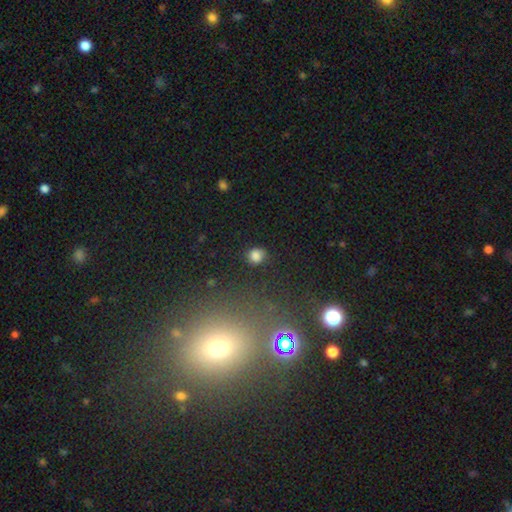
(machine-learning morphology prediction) Smooth or featured? Predicted: smooth (p=0.82). How rounded? Predicted: round (p=0.83). Merging? Predicted: none (p=0.84).